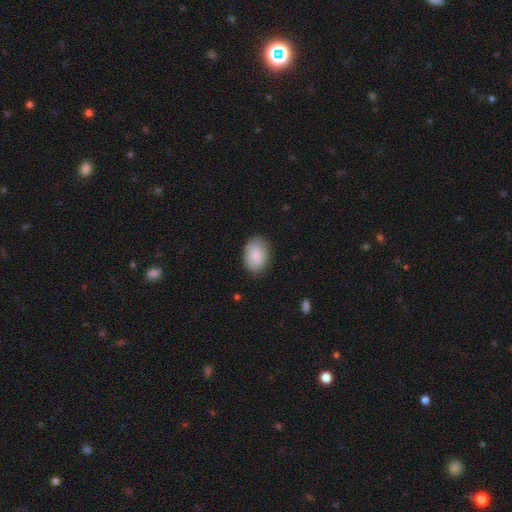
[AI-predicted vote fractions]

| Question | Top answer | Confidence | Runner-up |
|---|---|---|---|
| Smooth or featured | smooth | 86% | featured or disk (8%) |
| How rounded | in between | 82% | round (17%) |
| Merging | none | 83% | minor disturbance (13%) |